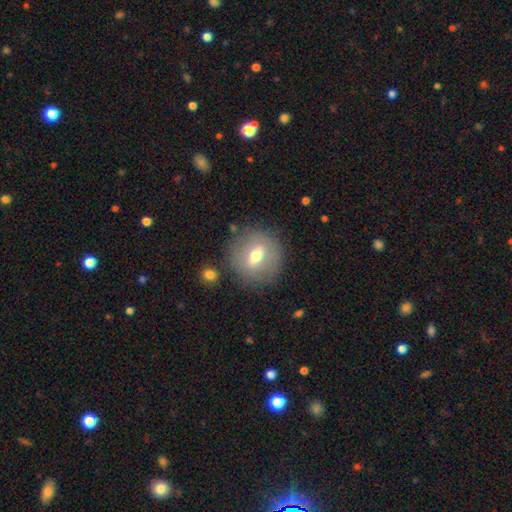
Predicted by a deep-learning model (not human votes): This appears to be a smooth galaxy with no disk features (48%). Merging: none (82%).